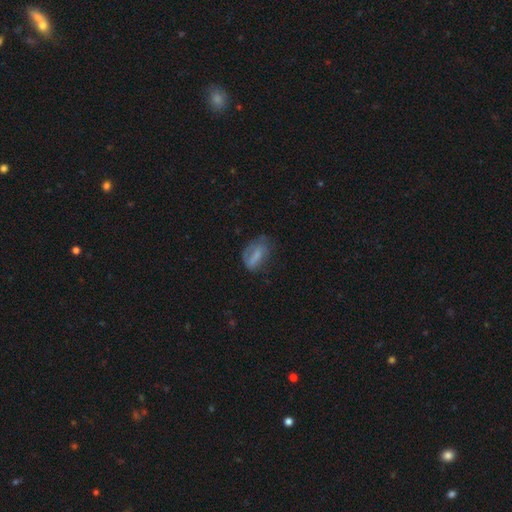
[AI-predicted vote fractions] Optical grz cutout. It shows a smooth galaxy with no disk features (57%) that is in between round and cigar-shaped (81%). Merging: none (40%).